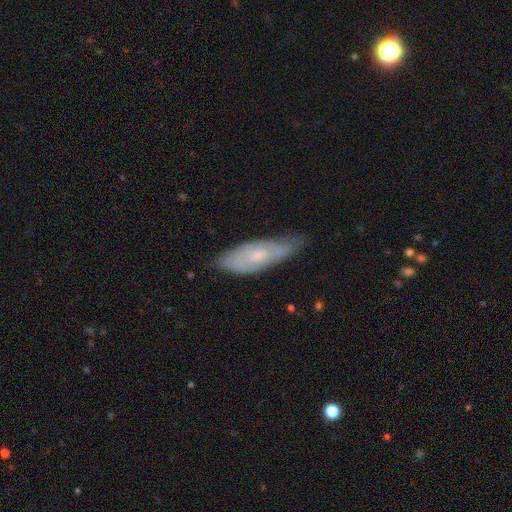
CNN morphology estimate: This appears to be a smooth galaxy with no disk features (47%). Merging: none (61%).